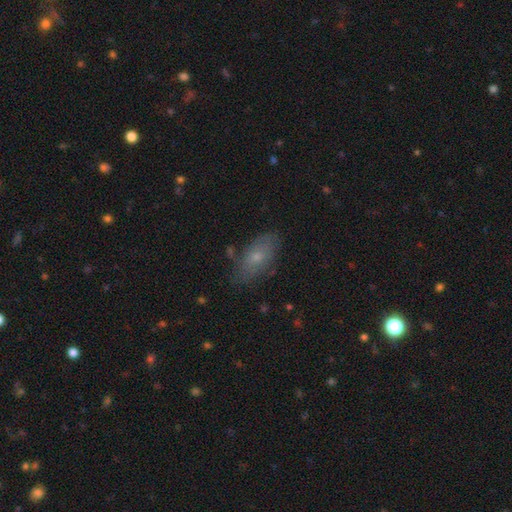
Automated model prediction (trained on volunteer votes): smooth 56%, featured or disk 31%, star or artifact 13%. Down the decision tree: how rounded — in between (82%); merging — none (77%).